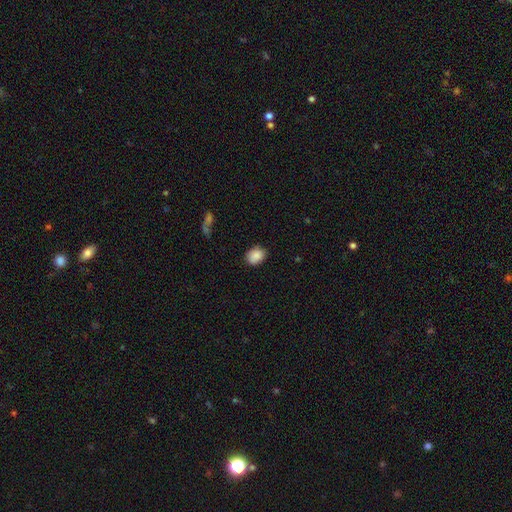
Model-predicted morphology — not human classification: A smooth galaxy with no disk features (87%) that is in between round and cigar-shaped (60%). Merging: none (76%).